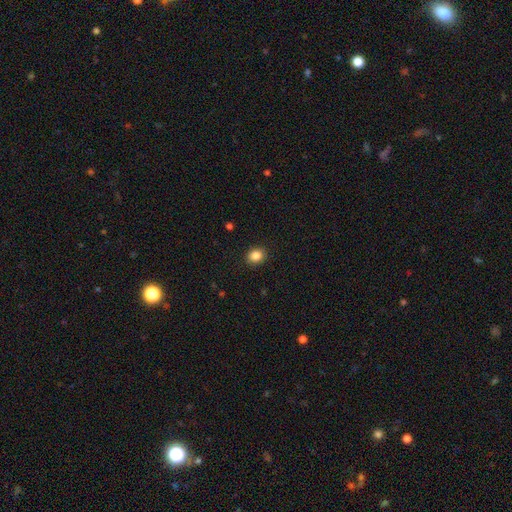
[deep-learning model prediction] This is clearly a smooth galaxy (86%). How rounded: likely round (70%). Merging: clearly none (91%).